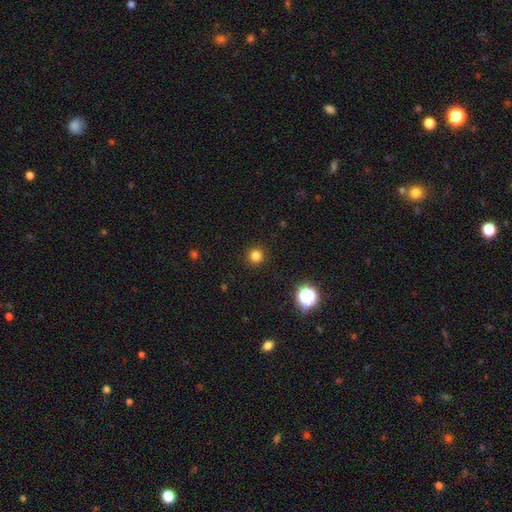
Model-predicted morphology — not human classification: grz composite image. It shows a smooth galaxy with no disk features (81%) that is round (95%). Merging: none (92%).